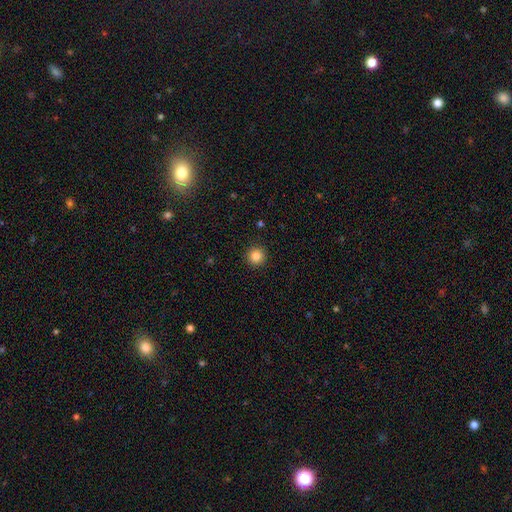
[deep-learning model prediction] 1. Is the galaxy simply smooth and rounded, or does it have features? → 84% smooth, 11% star or artifact, 5% featured or disk.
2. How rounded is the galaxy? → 96% round, 3% in between, 1% cigar-shaped.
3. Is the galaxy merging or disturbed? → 93% none, 4% minor disturbance, 2% major disturbance, 1% merger.